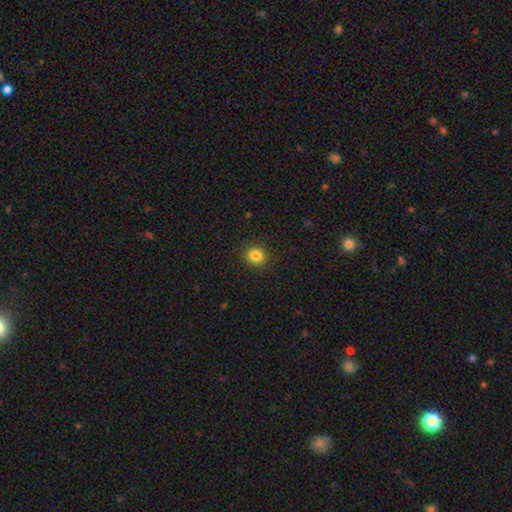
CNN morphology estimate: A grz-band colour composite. It shows a smooth galaxy with no disk features (84%) that is round (83%). Merging: none (91%).